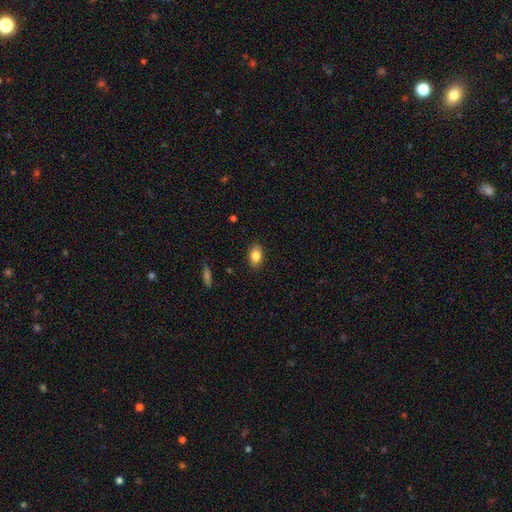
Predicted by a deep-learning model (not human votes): This is clearly a smooth galaxy (84%). How rounded: clearly in between (87%). Merging: clearly none (88%).